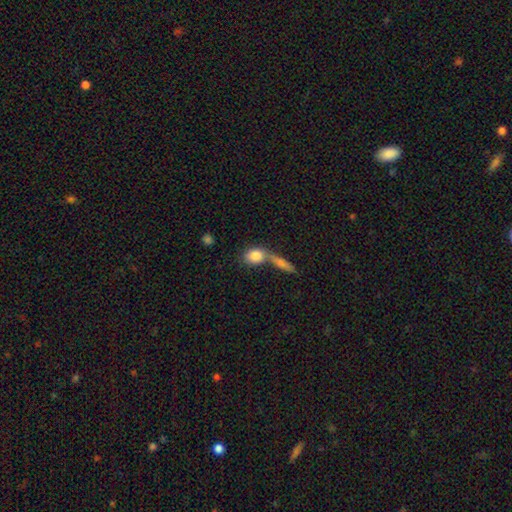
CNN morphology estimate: This appears to be a smooth galaxy with no disk features (81%) that is in between round and cigar-shaped (58%). Merging: merger (46%).